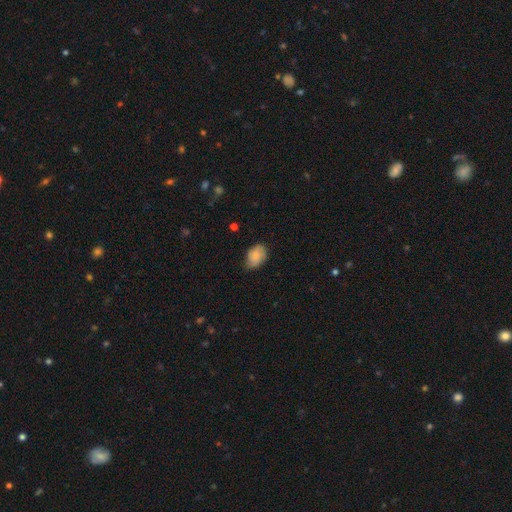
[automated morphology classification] A smooth galaxy with no disk features (67%) that is in between round and cigar-shaped (79%).

Vote fractions:
- Smooth or featured? smooth: 67% / featured or disk: 25% / star or artifact: 7%
- How rounded? in between: 79% / round: 20% / cigar-shaped: 1%
- Merging? none: 64% / minor disturbance: 29% / major disturbance: 5% / merger: 1%